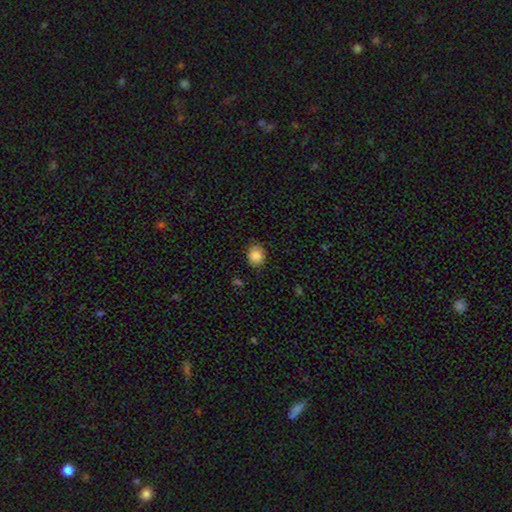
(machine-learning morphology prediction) type=smooth (86%); roundness=round (62%); merging=none (84%).